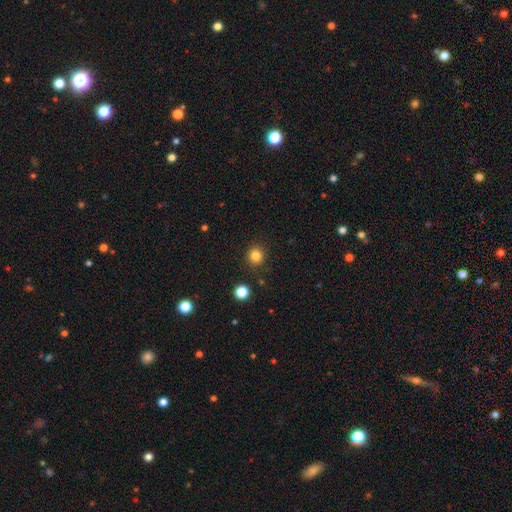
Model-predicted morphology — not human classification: smooth 82%, star or artifact 13%, featured or disk 5%. Down the decision tree: how rounded — round (90%); merging — none (89%).